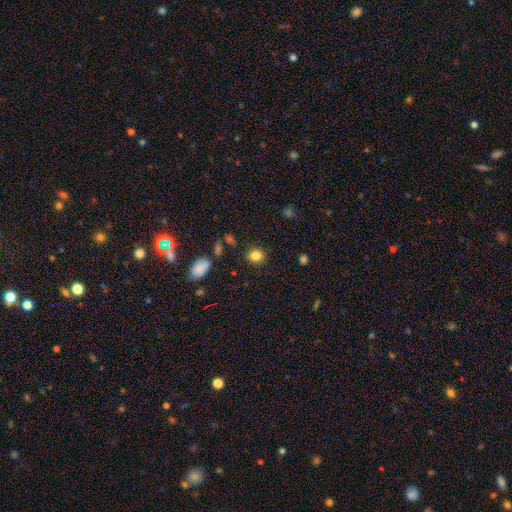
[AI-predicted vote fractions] Q: Smooth or featured?
A: smooth (83%); runner-up: star or artifact (11%)
Q: How rounded?
A: round (85%); runner-up: in between (14%)
Q: Merging?
A: none (88%); runner-up: minor disturbance (7%)